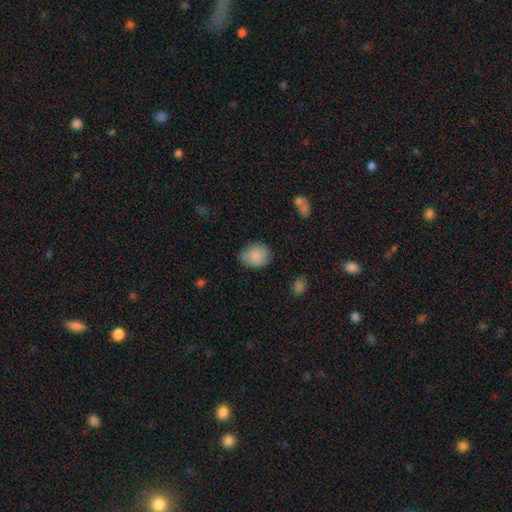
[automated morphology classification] The model was most divided on "how rounded": round: 56%, in between: 43%, cigar-shaped: 1%. More confident: smooth or featured — smooth (86%); merging — none (79%).